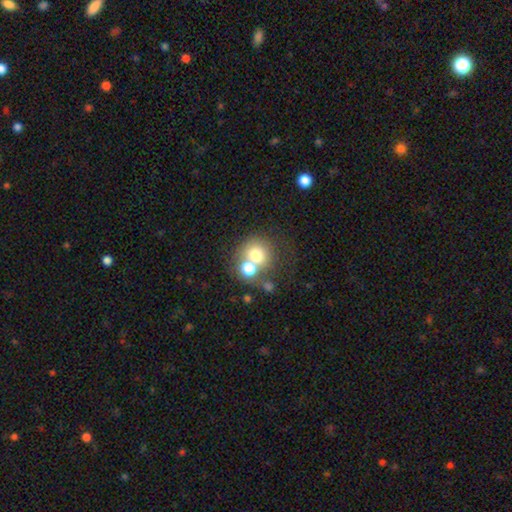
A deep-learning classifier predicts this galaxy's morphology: Overall: smooth (70%). How rounded: round (84%). Merging: merger (52%; none 37%).